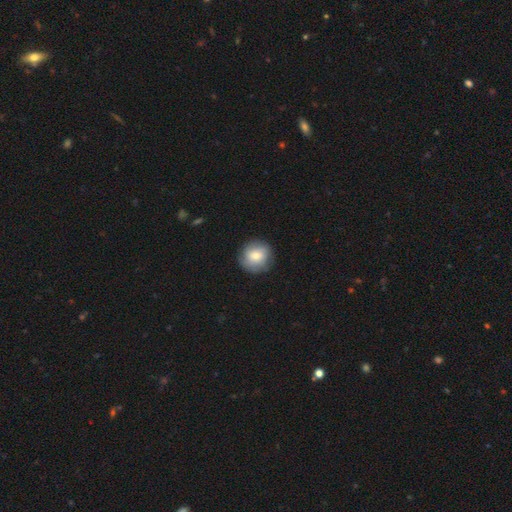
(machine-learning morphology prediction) Smooth or featured: smooth — 68% (featured or disk — 24%)
How rounded: round — 92% (in between — 7%)
Merging: none — 84% (minor disturbance — 11%)